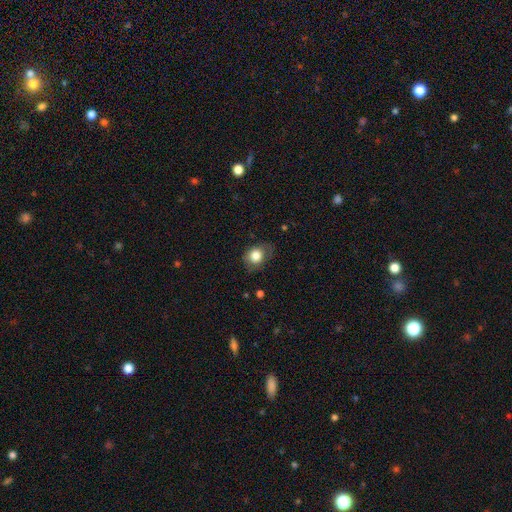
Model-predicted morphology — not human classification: smooth 79%, featured or disk 12%, star or artifact 9%. Down the decision tree: how rounded — round (55%); merging — none (66%).